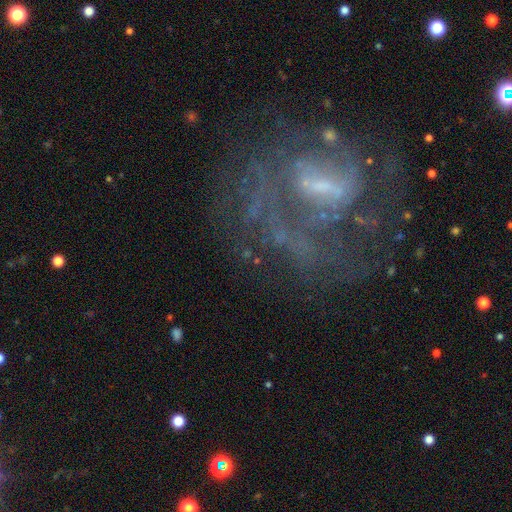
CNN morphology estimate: The model was most divided on "bar": weak: 47%, no: 30%, strong: 23%. Remaining: edge-on disk — no (96%); smooth or featured — featured or disk (74%); spiral arms — yes (67%); merging — none (50%); bulge size — small (47%).